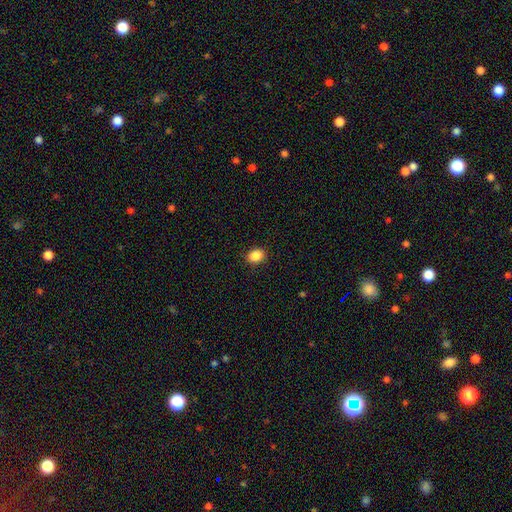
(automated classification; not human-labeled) Morphology: type=smooth (88%); roundness=in between (58%); merging=none (88%).